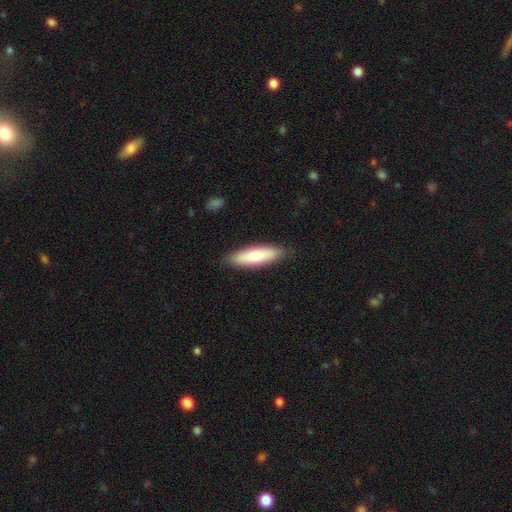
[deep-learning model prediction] A smooth galaxy with no disk features (77%) that is cigar-shaped (59%). Merging: none (88%).